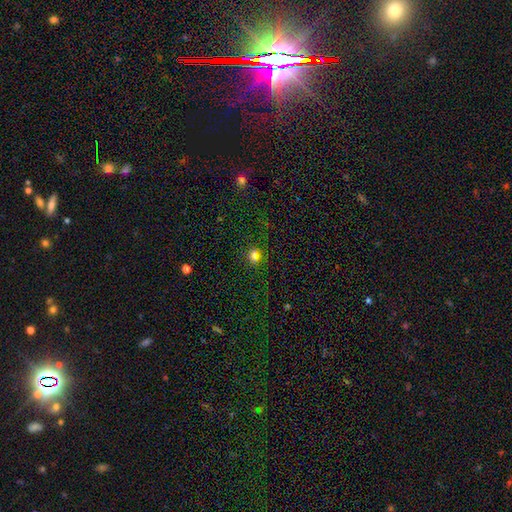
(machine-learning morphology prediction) Smooth or featured: smooth — 77% (star or artifact — 17%)
How rounded: round — 68% (in between — 31%)
Merging: none — 85% (minor disturbance — 9%)